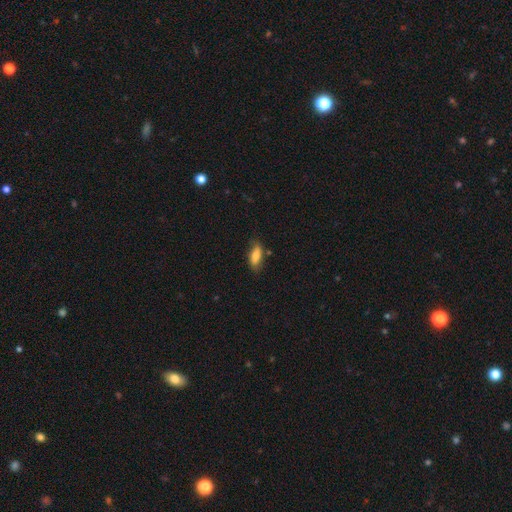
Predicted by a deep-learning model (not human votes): Smooth or featured? smooth (77%)
How rounded? in between (76%)
Merging? none (73%)